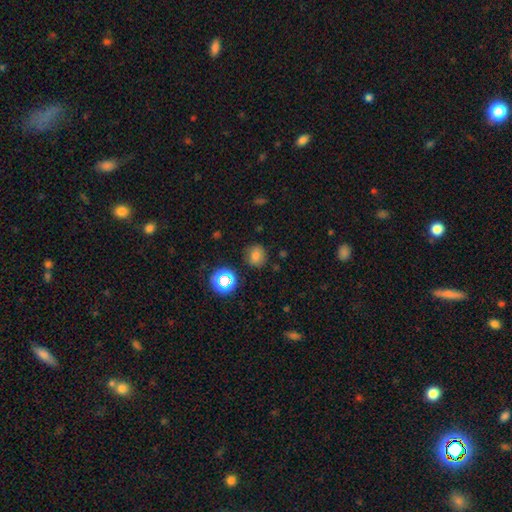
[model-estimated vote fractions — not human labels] A smooth galaxy with no disk features (73%) that is round (81%). Merging: none (82%).